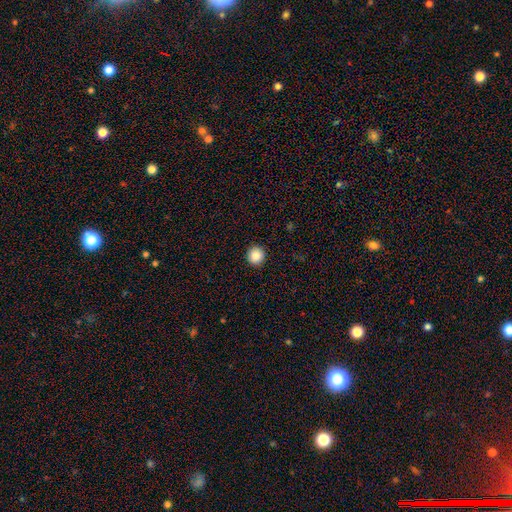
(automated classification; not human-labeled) This is clearly a smooth galaxy (87%). How rounded: clearly round (94%). Merging: clearly none (93%).